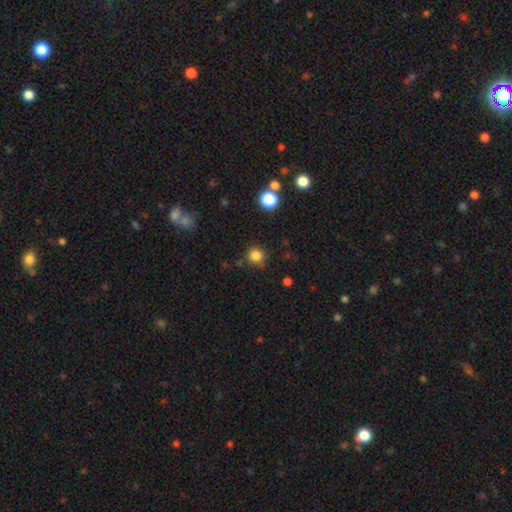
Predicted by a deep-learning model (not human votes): smooth 83%, star or artifact 13%, featured or disk 4%. Down the decision tree: how rounded — round (91%); merging — none (81%).